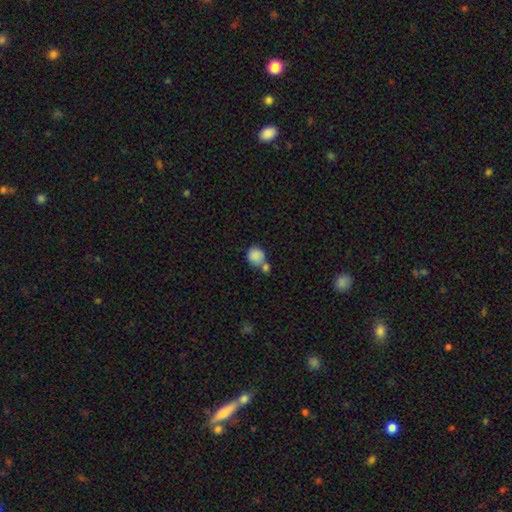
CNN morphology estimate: smooth 86%, star or artifact 8%, featured or disk 6%. Down the decision tree: how rounded — round (85%); merging — merger (44%).